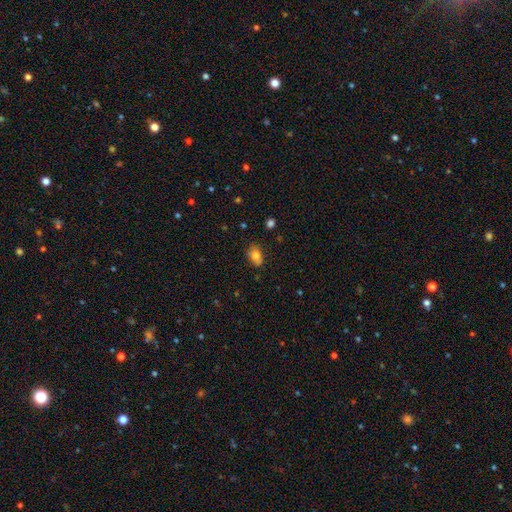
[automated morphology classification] smooth_or_featured: smooth (p=0.79) [alt: featured or disk p=0.11]
how_rounded: in between (p=0.78) [alt: round p=0.20]
merging: none (p=0.69) [alt: minor disturbance p=0.22]